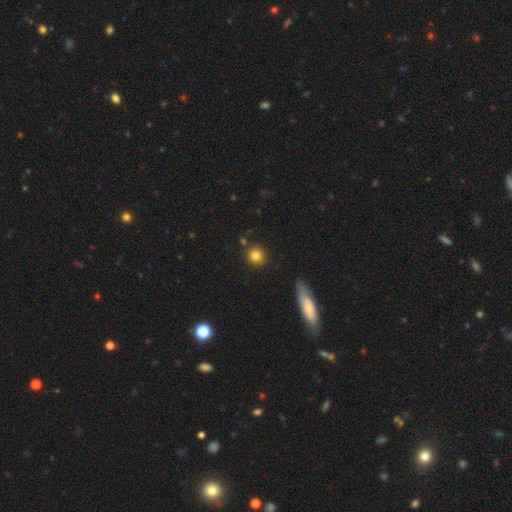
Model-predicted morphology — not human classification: Smooth or featured: smooth — 83% (star or artifact — 10%)
How rounded: round — 90% (in between — 8%)
Merging: none — 85% (minor disturbance — 8%)